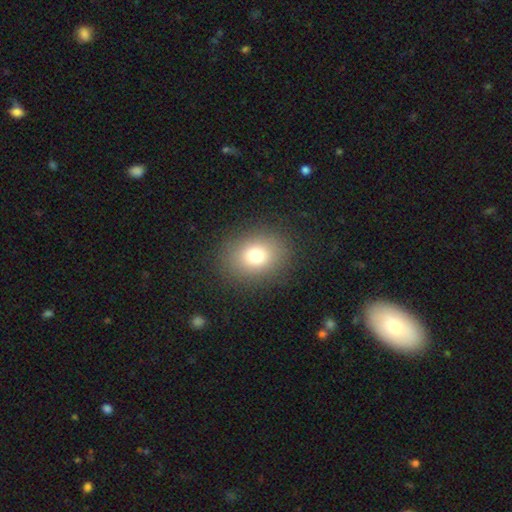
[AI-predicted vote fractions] Q: Smooth or featured?
A: smooth (76%); runner-up: star or artifact (14%)
Q: How rounded?
A: round (56%); runner-up: in between (43%)
Q: Merging?
A: none (87%); runner-up: minor disturbance (8%)